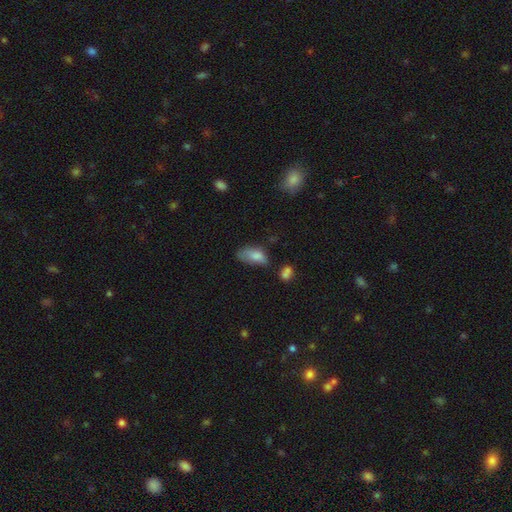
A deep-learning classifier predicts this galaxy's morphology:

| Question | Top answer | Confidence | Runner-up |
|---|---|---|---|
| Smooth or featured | smooth | 78% | featured or disk (13%) |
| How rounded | in between | 88% | cigar-shaped (7%) |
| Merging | minor disturbance | 37% | none (35%) |